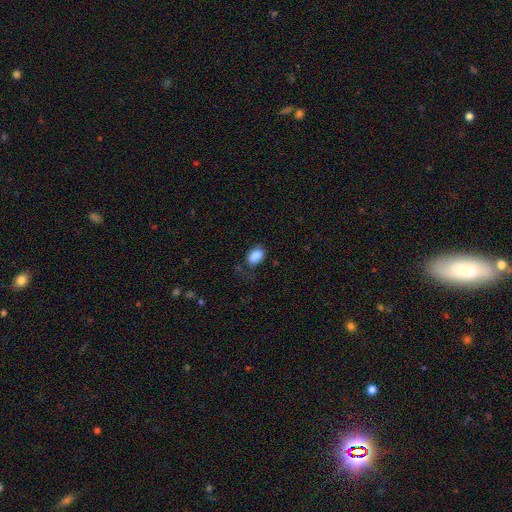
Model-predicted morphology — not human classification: smooth 87%, star or artifact 8%, featured or disk 5%. Down the decision tree: how rounded — in between (88%); merging — none (65%).